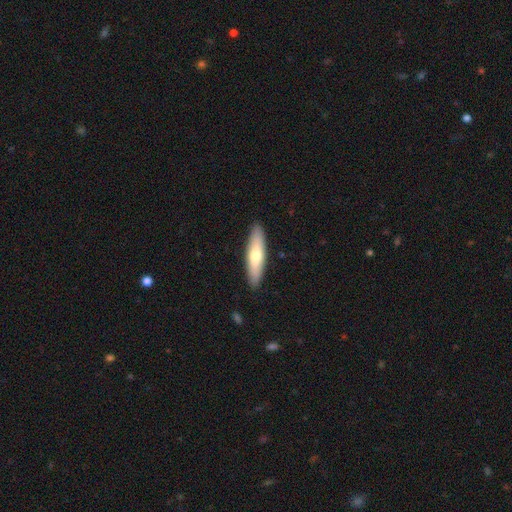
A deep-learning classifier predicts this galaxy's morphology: Overall: smooth (66%; featured or disk 29%). How rounded: cigar-shaped (70%). Merging: none (90%).